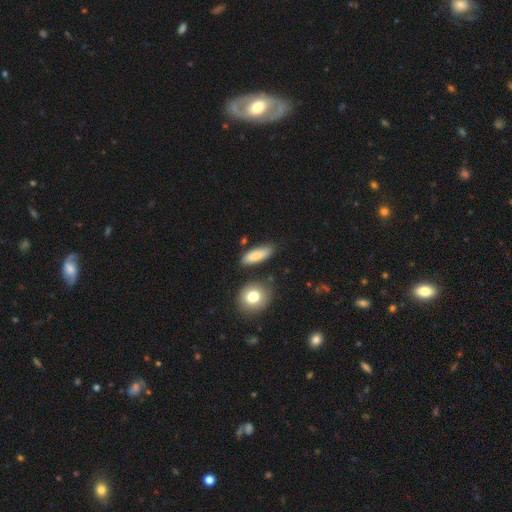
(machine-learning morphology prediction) This is likely a smooth galaxy (79%). How rounded: likely in between (64%). Merging: likely none (79%).